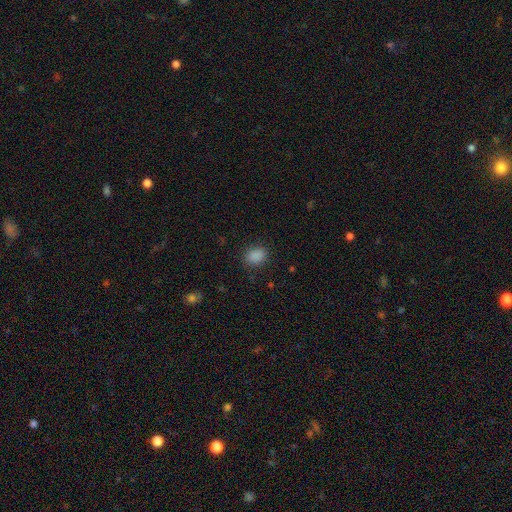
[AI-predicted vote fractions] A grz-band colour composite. It shows a smooth galaxy with no disk features (86%) that is in between round and cigar-shaped (57%). Merging: none (85%).